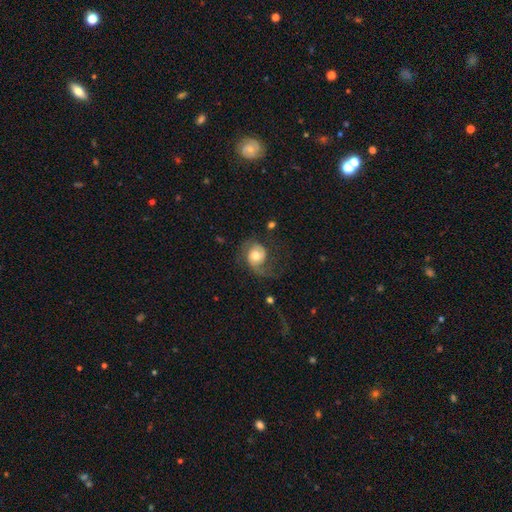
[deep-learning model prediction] Smooth or featured?
  - featured or disk: 61% *
  - smooth: 31%
  - star or artifact: 7%
Edge-on disk?
  - no: 97% *
  - yes: 3%
Bar?
  - no: 71% *
  - weak: 25%
  - strong: 4%
Spiral arms?
  - yes: 90% *
  - no: 10%
Spiral winding?
  - medium: 40% *
  - loose: 39%
  - tight: 21%
Spiral arm count?
  - 2: 54% *
  - 1: 36%
  - can't tell: 6%
  - 3: 2%
  - 4: 1%
  - more than 4: 1%
Bulge size?
  - moderate: 58% *
  - large: 25%
  - small: 12%
  - dominant: 3%
  - none: 2%
Merging?
  - none: 45% *
  - major disturbance: 31%
  - minor disturbance: 22%
  - merger: 2%